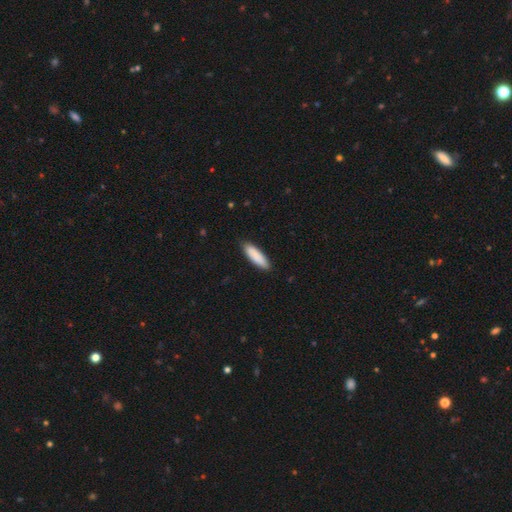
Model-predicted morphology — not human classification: Q: Smooth or featured?
A: smooth (88%); runner-up: featured or disk (6%)
Q: How rounded?
A: cigar-shaped (55%); runner-up: in between (44%)
Q: Merging?
A: none (87%); runner-up: minor disturbance (10%)